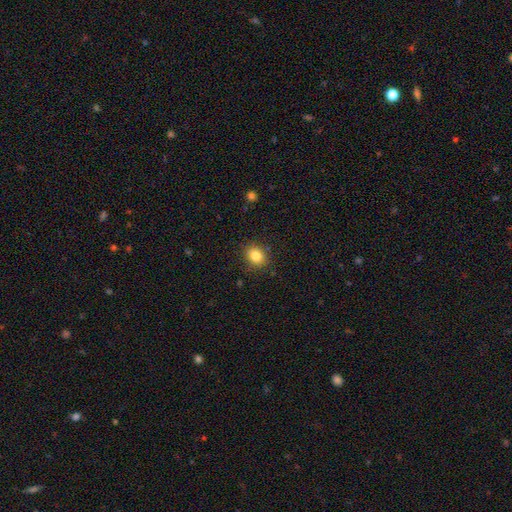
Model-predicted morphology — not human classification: Smooth or featured: smooth — 84% (star or artifact — 10%)
How rounded: round — 56% (in between — 43%)
Merging: none — 88% (minor disturbance — 9%)